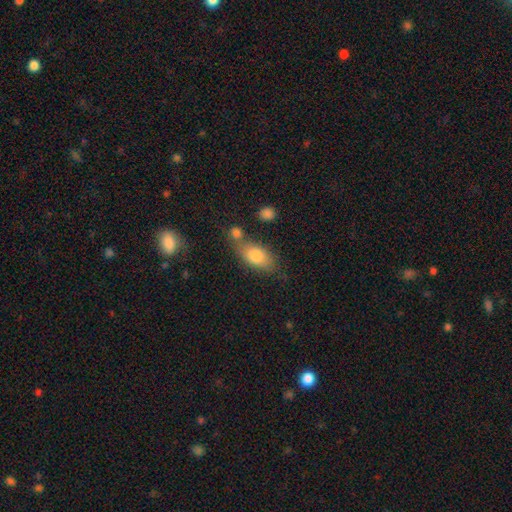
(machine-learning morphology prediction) Smooth or featured? Predicted: smooth (p=0.78). How rounded? Predicted: in between (p=0.85). Merging? Predicted: none (p=0.57).